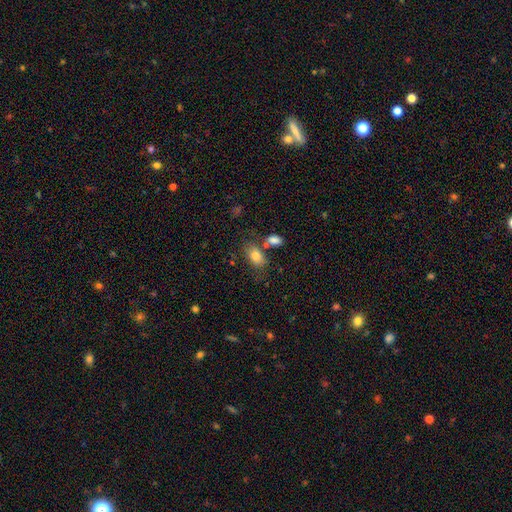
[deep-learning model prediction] The model was most divided on "merging": none: 62%, merger: 17%, minor disturbance: 16%, major disturbance: 6%. More confident: how rounded — in between (86%); smooth or featured — smooth (81%).